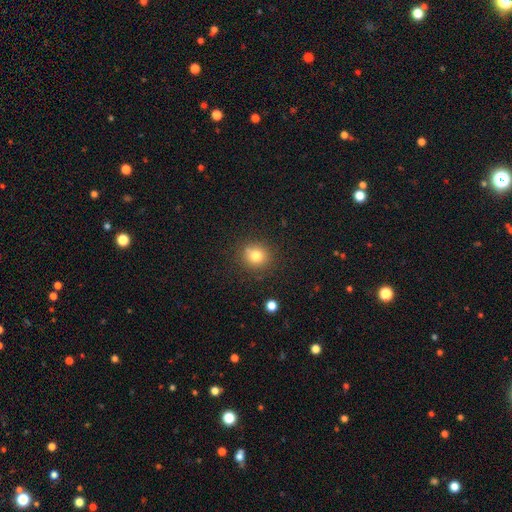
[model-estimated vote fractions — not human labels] A smooth galaxy with no disk features (78%) that is round (87%). Merging: none (78%).